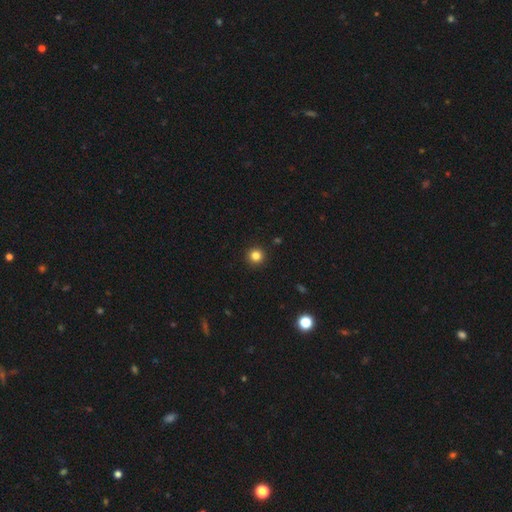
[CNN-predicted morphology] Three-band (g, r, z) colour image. It shows a smooth galaxy with no disk features (83%) that is round (95%). Merging: none (93%).